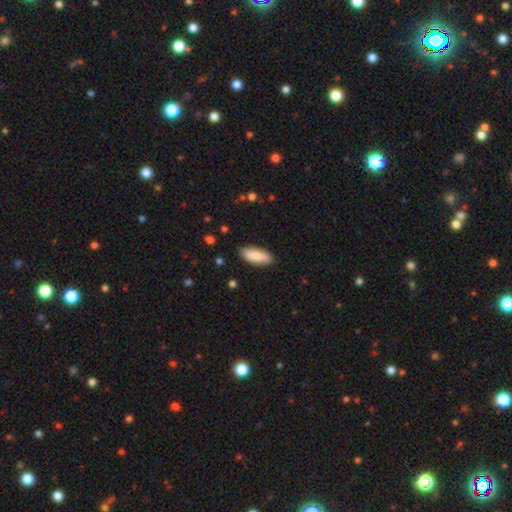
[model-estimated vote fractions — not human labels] Smooth or featured?
  - smooth: 88% *
  - featured or disk: 7%
  - star or artifact: 5%
How rounded?
  - in between: 74% *
  - cigar-shaped: 25%
  - round: 2%
Merging?
  - none: 88% *
  - minor disturbance: 9%
  - major disturbance: 2%
  - merger: 1%